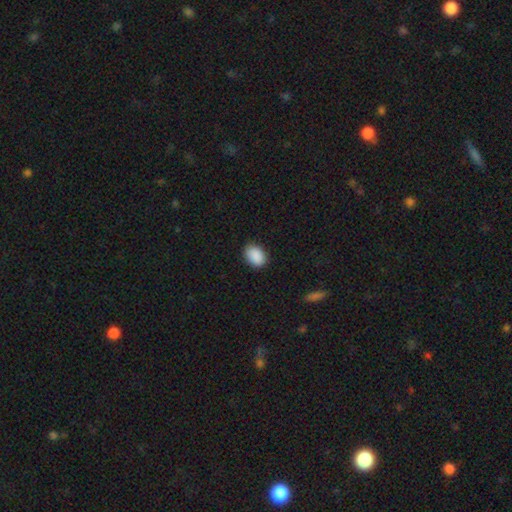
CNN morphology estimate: Smooth or featured: smooth — 90% (star or artifact — 7%)
How rounded: in between — 79% (round — 20%)
Merging: none — 86% (minor disturbance — 11%)